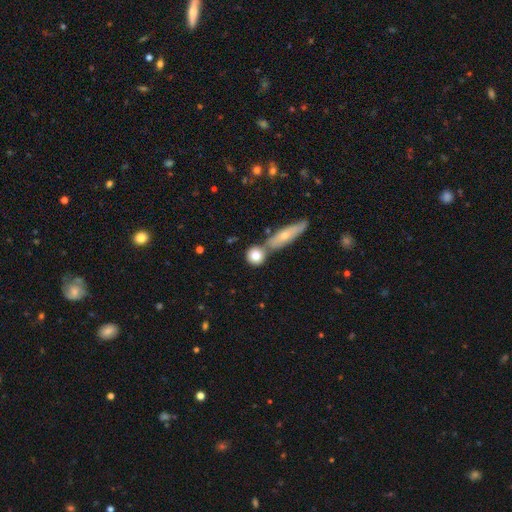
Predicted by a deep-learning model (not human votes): smooth-or-featured: smooth: 76% | featured or disk: 16% | star or artifact: 8%
  how-rounded: round: 79% | in between: 14% | cigar-shaped: 7%
  merging: none: 59% | merger: 27% | minor disturbance: 10% | major disturbance: 3%